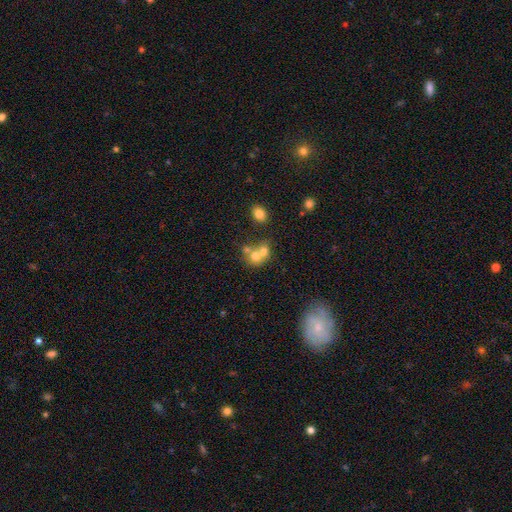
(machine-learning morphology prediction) This appears to be a smooth galaxy with no disk features (65%) that is round (66%). Merging: merger (62%).